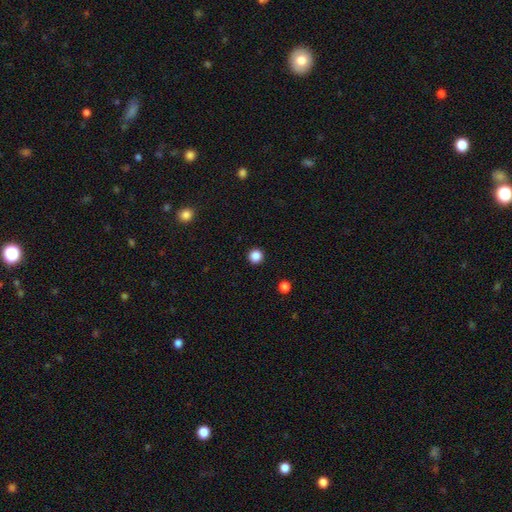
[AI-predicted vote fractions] This appears to be a smooth galaxy with no disk features (86%) that is round (95%). Merging: none (93%).